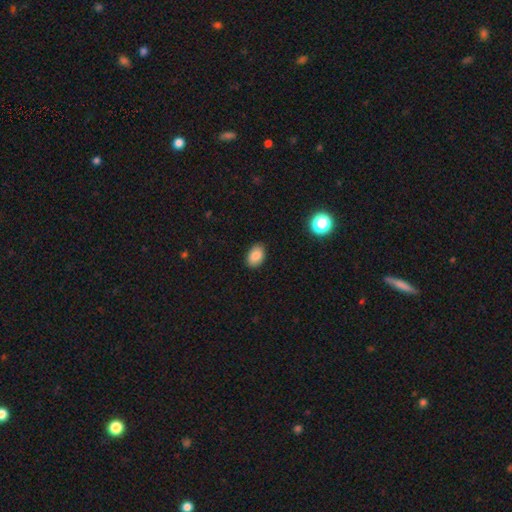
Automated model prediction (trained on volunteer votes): A smooth galaxy with no disk features (86%) that is in between round and cigar-shaped (86%). Merging: none (87%).